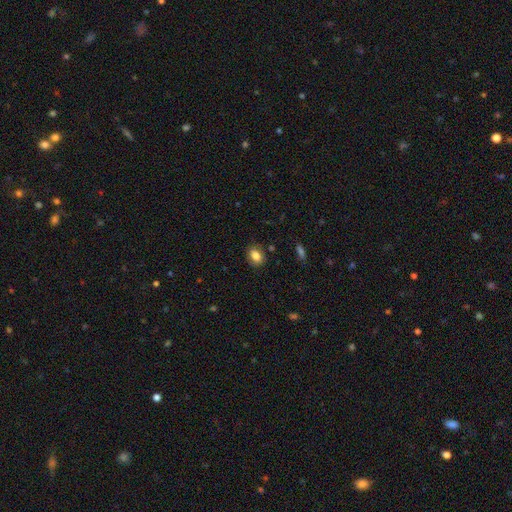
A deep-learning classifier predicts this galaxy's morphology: This is clearly a smooth galaxy (83%). How rounded: likely in between (68%). Merging: clearly none (84%).